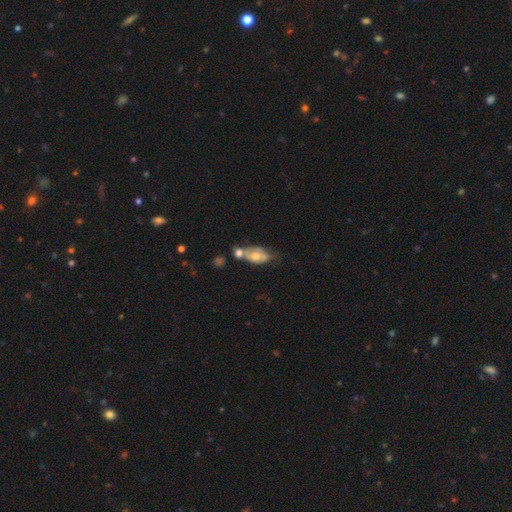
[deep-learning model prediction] A smooth galaxy with no disk features (52%) that is in between round and cigar-shaped (87%).

Vote fractions:
- Smooth or featured? smooth: 52% / featured or disk: 40% / star or artifact: 8%
- How rounded? in between: 87% / round: 9% / cigar-shaped: 4%
- Merging? merger: 45% / none: 24% / minor disturbance: 19% / major disturbance: 11%